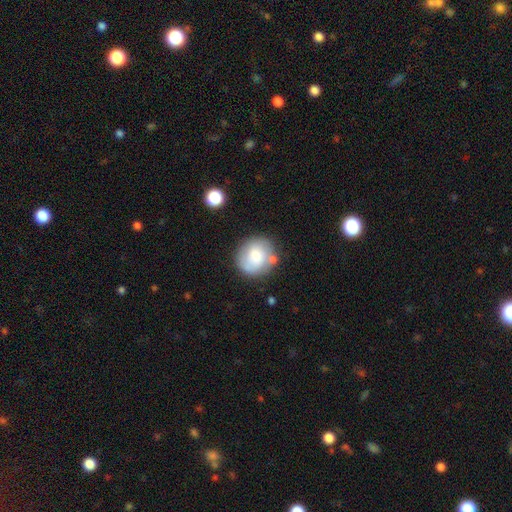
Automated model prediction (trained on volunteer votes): Overall: smooth (67%). How rounded: round (86%). Merging: none (72%).